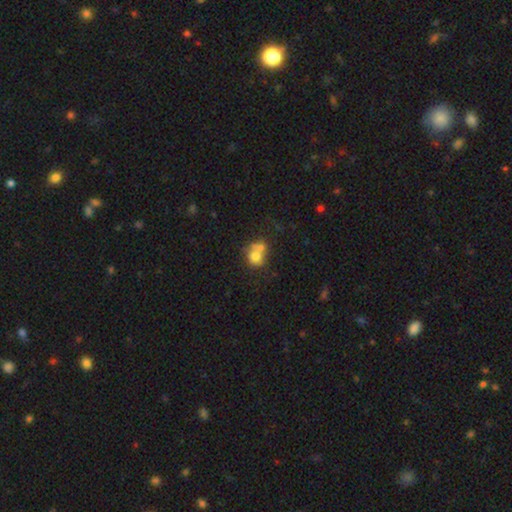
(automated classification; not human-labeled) Smooth or featured? smooth (69%)
How rounded? round (72%)
Merging? merger (52%)